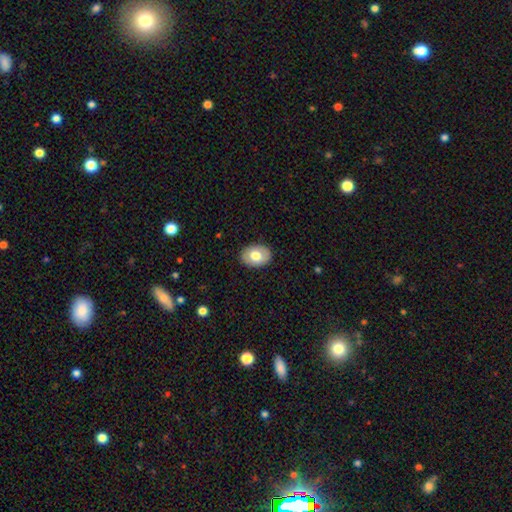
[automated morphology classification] Q: Smooth or featured?
A: smooth (70%); runner-up: featured or disk (23%)
Q: How rounded?
A: in between (74%); runner-up: round (25%)
Q: Merging?
A: none (88%); runner-up: minor disturbance (9%)